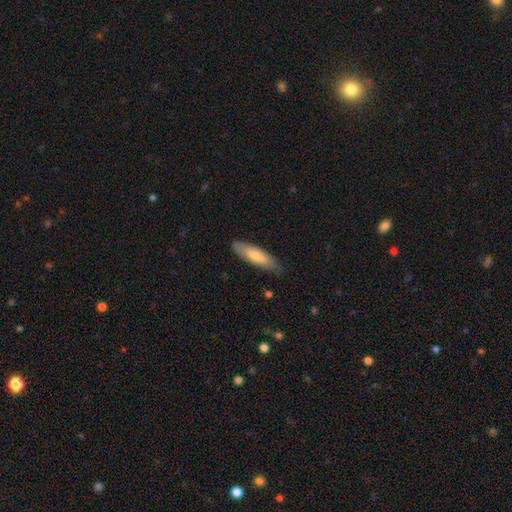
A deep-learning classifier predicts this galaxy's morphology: smooth 73%, featured or disk 22%, star or artifact 5%. Down the decision tree: how rounded — cigar-shaped (55%); merging — none (79%).